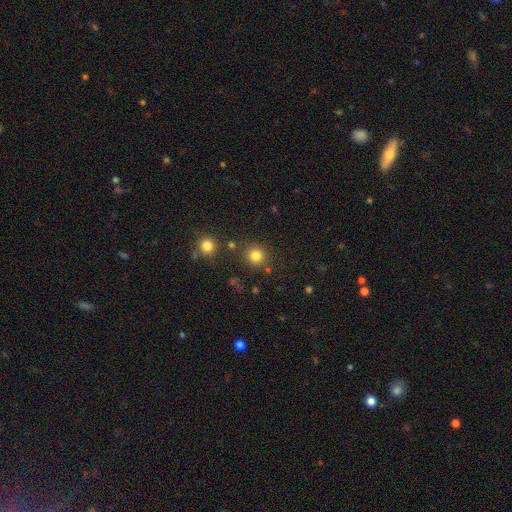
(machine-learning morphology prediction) smooth 82%, star or artifact 13%, featured or disk 5%. Down the decision tree: how rounded — round (92%); merging — none (84%).